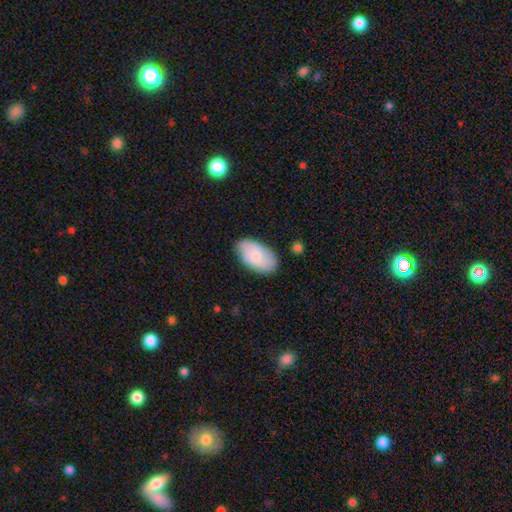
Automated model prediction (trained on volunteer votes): This is likely a smooth galaxy (72%). How rounded: clearly in between (95%). Merging: likely none (79%).